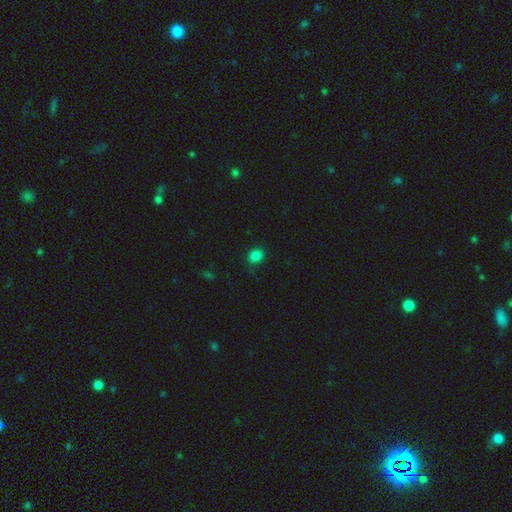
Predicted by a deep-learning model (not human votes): This is clearly a smooth galaxy (84%). How rounded: likely round (64%). Merging: clearly none (84%).